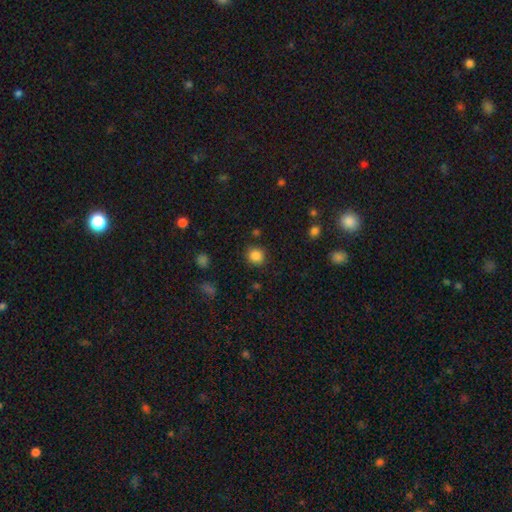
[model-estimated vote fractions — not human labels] This appears to be a smooth galaxy with no disk features (85%) that is round (87%). Merging: none (89%).